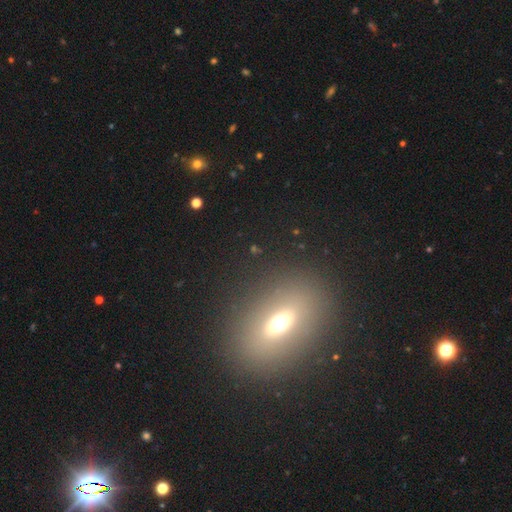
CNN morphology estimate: smooth-or-featured: smooth: 49% | star or artifact: 26% | featured or disk: 25%
  merging: none: 88% | minor disturbance: 7% | major disturbance: 3% | merger: 2%